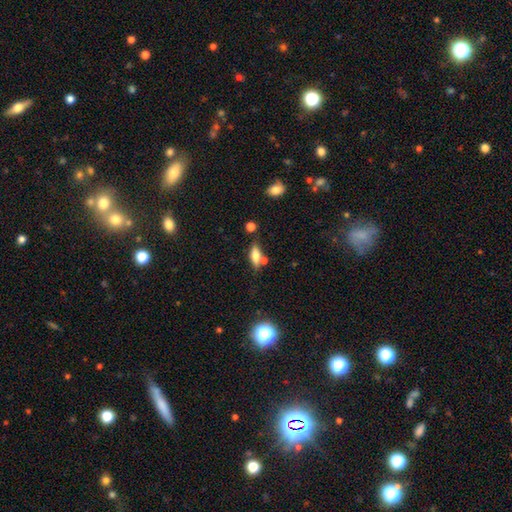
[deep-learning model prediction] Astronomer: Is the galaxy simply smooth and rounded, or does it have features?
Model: smooth — 64%.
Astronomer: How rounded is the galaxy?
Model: in between — 65%.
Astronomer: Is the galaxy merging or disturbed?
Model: none — 62%.